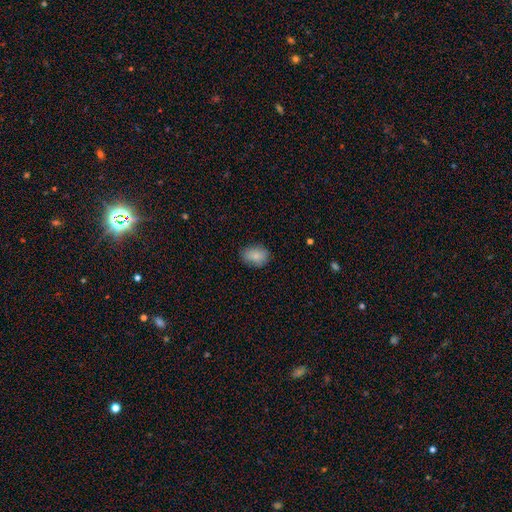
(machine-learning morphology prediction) This is clearly a smooth galaxy (84%). How rounded: likely in between (75%). Merging: clearly none (80%).